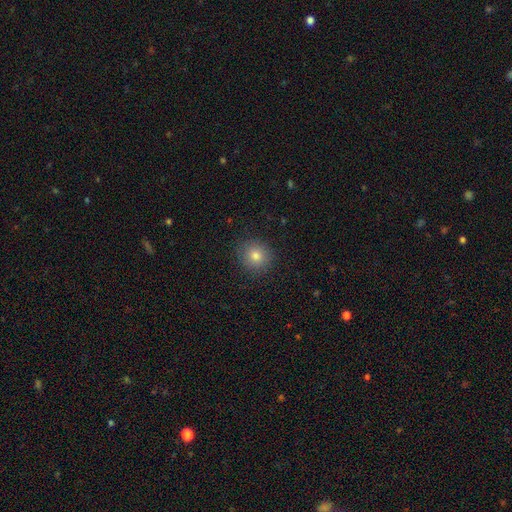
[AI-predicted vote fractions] Smooth or featured? smooth (79%)
How rounded? round (88%)
Merging? none (89%)